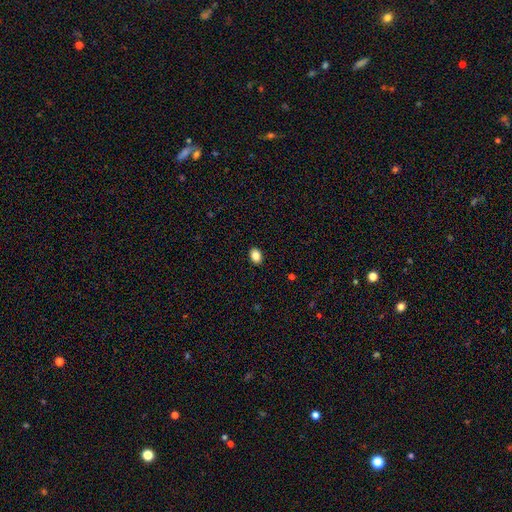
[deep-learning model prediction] A smooth galaxy with no disk features (86%) that is in between round and cigar-shaped (71%).

Vote fractions:
- Smooth or featured? smooth: 86% / star or artifact: 9% / featured or disk: 5%
- How rounded? in between: 71% / round: 28% / cigar-shaped: 1%
- Merging? none: 91% / minor disturbance: 7% / major disturbance: 2% / merger: 1%